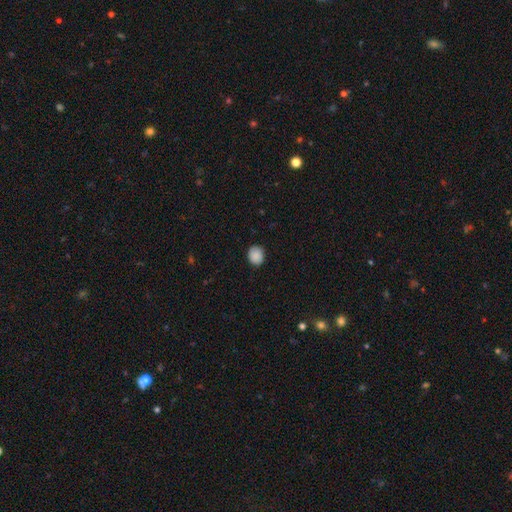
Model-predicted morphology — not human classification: The model was most divided on "how rounded": round: 66%, in between: 33%, cigar-shaped: 1%. More confident: smooth or featured — smooth (88%); merging — none (86%).